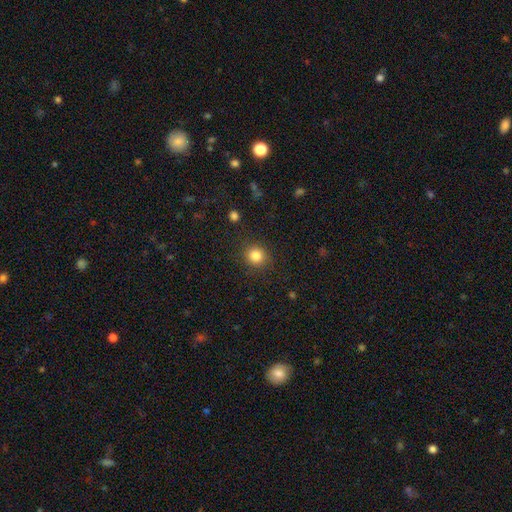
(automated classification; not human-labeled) This is clearly a smooth galaxy (84%). How rounded: clearly round (91%). Merging: clearly none (88%).